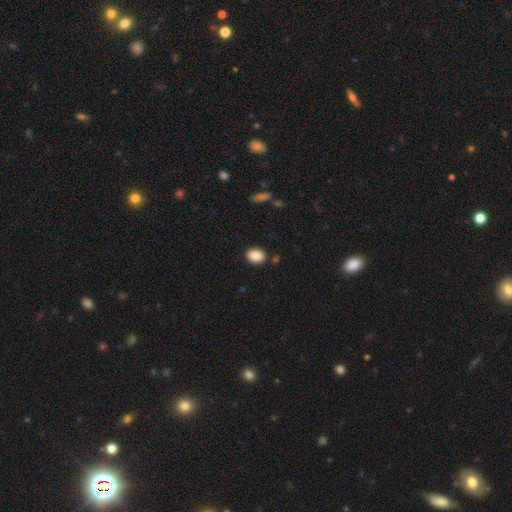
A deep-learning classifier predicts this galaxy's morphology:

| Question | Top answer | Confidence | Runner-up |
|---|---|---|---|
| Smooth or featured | smooth | 89% | star or artifact (8%) |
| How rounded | in between | 74% | round (25%) |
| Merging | none | 86% | minor disturbance (9%) |